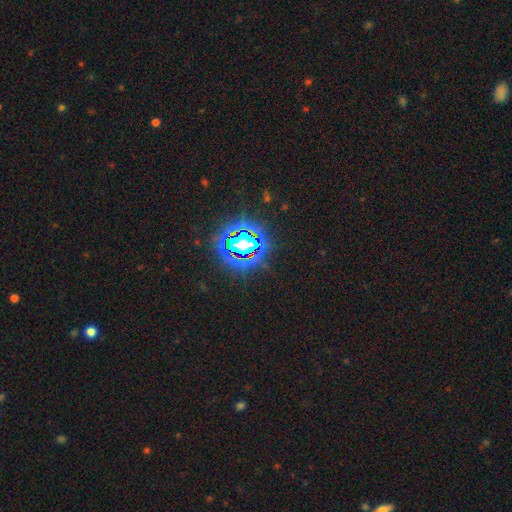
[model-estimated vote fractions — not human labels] star or artifact 85%, smooth 9%, featured or disk 6%.